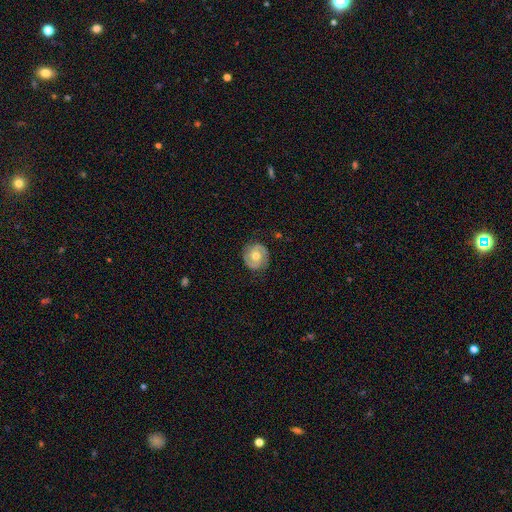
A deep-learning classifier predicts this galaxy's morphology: This appears to be a featured or disk galaxy (72%) with no bar (65%), 2 (88%) tight (50%) spiral arms (90%) and a moderate central bulge (75%). Merging: none (83%).